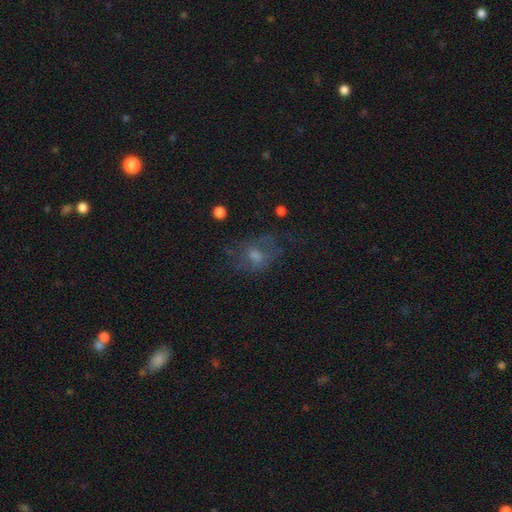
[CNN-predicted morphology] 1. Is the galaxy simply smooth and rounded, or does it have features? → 41% featured or disk, 39% smooth, 20% star or artifact.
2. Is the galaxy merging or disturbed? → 51% none, 25% major disturbance, 21% minor disturbance, 2% merger.